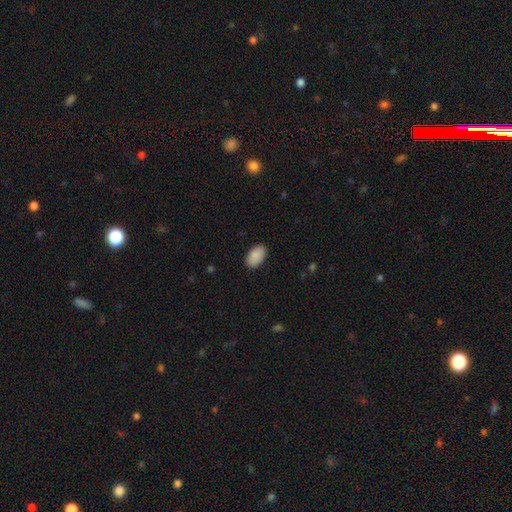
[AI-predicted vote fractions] Smooth or featured?
  - smooth: 90% *
  - star or artifact: 7%
  - featured or disk: 3%
How rounded?
  - in between: 94% *
  - round: 5%
  - cigar-shaped: 1%
Merging?
  - none: 88% *
  - minor disturbance: 9%
  - major disturbance: 2%
  - merger: 1%